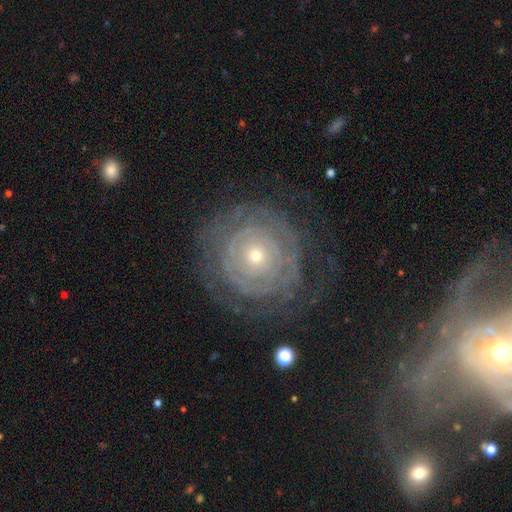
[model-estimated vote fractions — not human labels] Smooth or featured: featured or disk — 75% (smooth — 17%)
Edge-on disk: no — 96% (yes — 4%)
Bar: no — 86% (weak — 10%)
Spiral arms: yes — 74% (no — 26%)
Spiral winding: tight — 84% (medium — 11%)
Spiral arm count: can't tell — 53% (2 — 14%)
Bulge size: small — 70% (moderate — 26%)
Merging: none — 75% (minor disturbance — 14%)